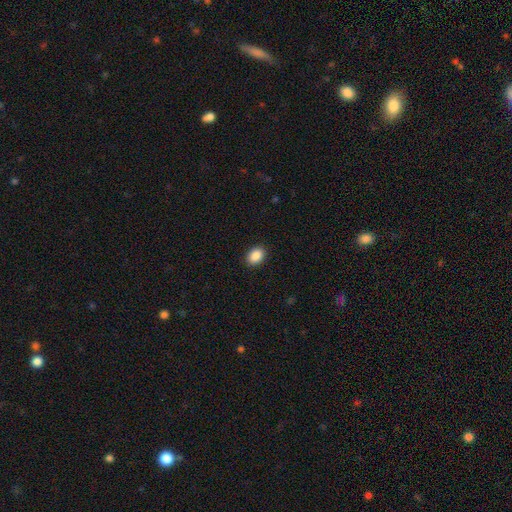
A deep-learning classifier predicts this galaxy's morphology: smooth 90%, star or artifact 8%, featured or disk 3%. Down the decision tree: how rounded — in between (69%); merging — none (90%).